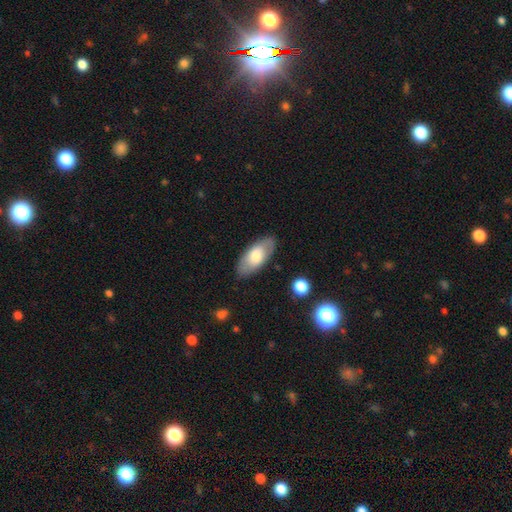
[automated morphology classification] smooth 65%, featured or disk 29%, star or artifact 6%. Down the decision tree: how rounded — in between (88%); merging — none (84%).